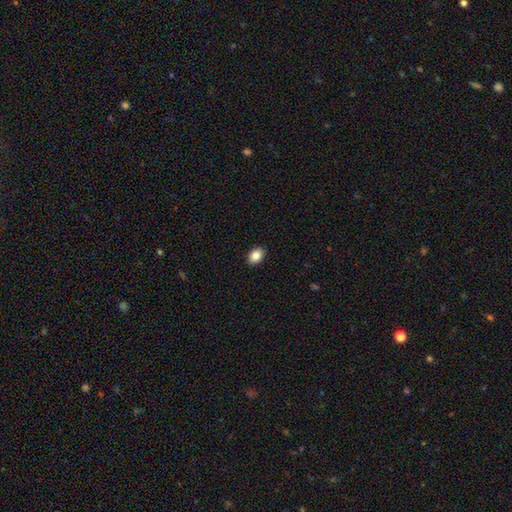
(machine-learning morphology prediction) Smooth or featured? Predicted: smooth (p=0.86). How rounded? Predicted: in between (p=0.76). Merging? Predicted: none (p=0.91).